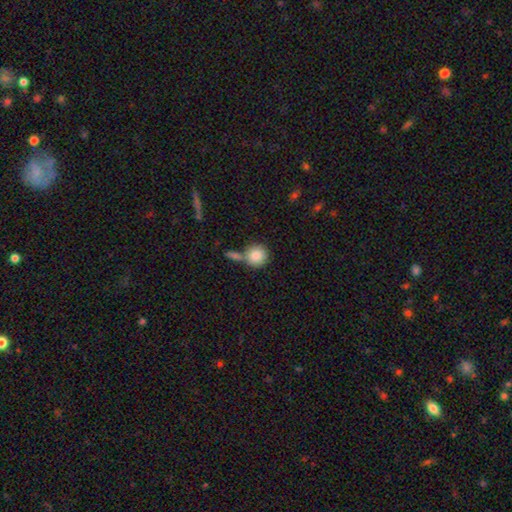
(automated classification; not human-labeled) Smooth or featured? Predicted: smooth (p=0.85). How rounded? Predicted: round (p=0.91). Merging? Predicted: none (p=0.58).